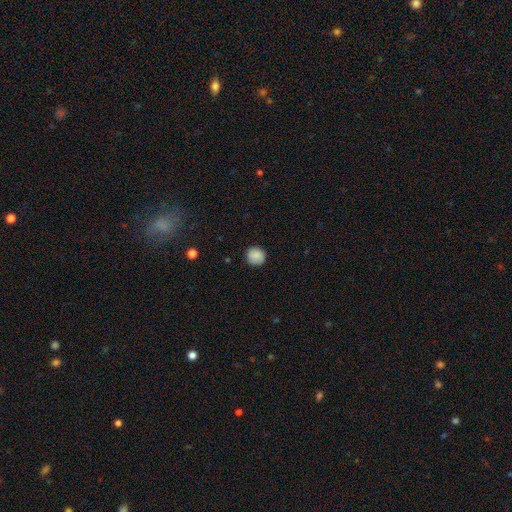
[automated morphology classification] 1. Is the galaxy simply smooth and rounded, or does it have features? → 87% smooth, 8% star or artifact, 5% featured or disk.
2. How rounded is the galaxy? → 92% round, 7% in between, 1% cigar-shaped.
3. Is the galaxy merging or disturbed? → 88% none, 9% minor disturbance, 2% major disturbance, 1% merger.